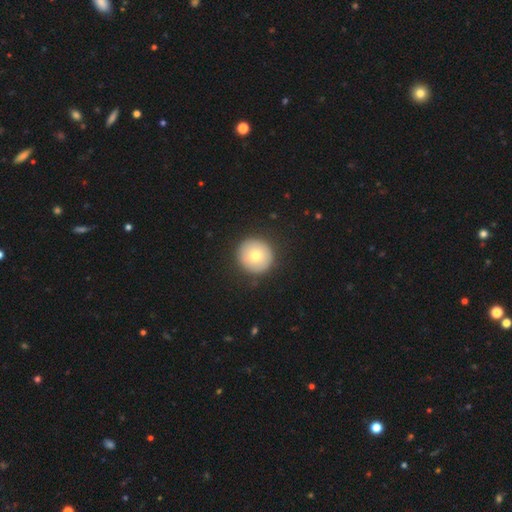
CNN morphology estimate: The model was most divided on "smooth or featured": smooth: 74%, featured or disk: 17%, star or artifact: 9%. More confident: how rounded — round (95%); merging — none (89%).